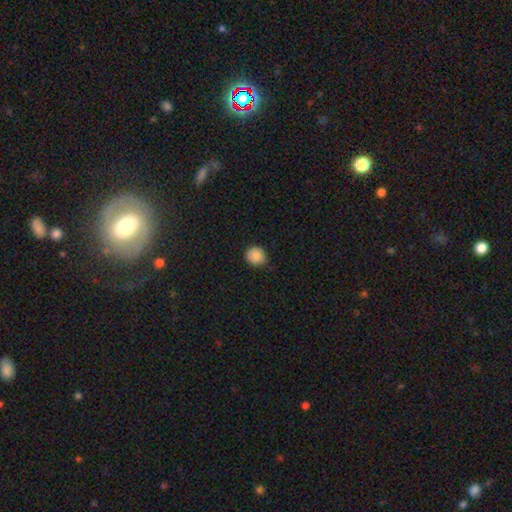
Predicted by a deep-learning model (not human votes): Smooth or featured?
  - smooth: 86% *
  - star or artifact: 9%
  - featured or disk: 4%
How rounded?
  - round: 90% *
  - in between: 10%
  - cigar-shaped: 1%
Merging?
  - none: 82% *
  - minor disturbance: 15%
  - major disturbance: 2%
  - merger: 1%